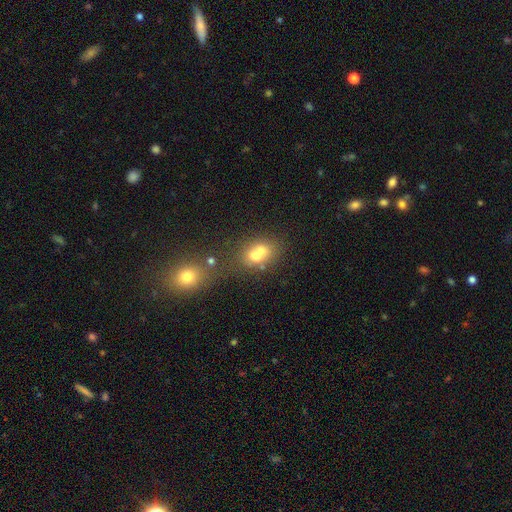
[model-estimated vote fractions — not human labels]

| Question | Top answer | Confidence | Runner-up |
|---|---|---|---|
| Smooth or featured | smooth | 65% | featured or disk (20%) |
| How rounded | round | 56% | in between (43%) |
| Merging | merger | 58% | none (30%) |